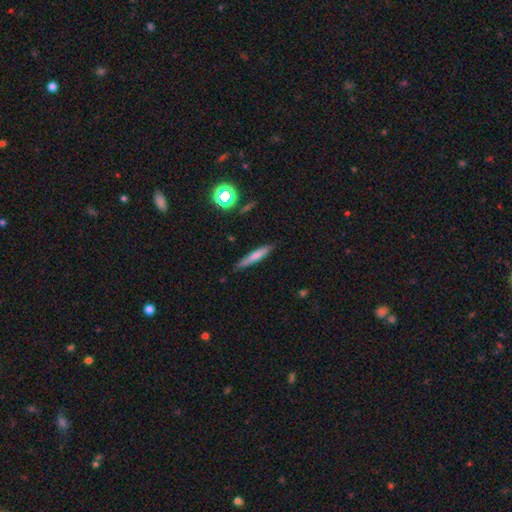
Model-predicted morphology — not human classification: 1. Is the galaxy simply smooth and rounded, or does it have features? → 67% smooth, 25% featured or disk, 8% star or artifact.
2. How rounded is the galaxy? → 92% cigar-shaped, 7% in between, 2% round.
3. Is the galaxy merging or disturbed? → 86% none, 11% minor disturbance, 2% major disturbance, 1% merger.